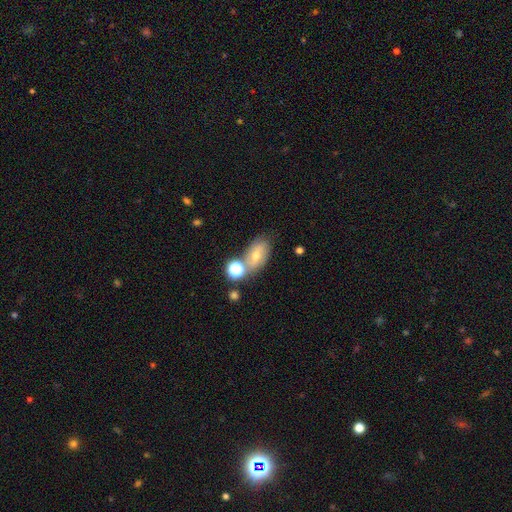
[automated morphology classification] smooth_or_featured: smooth (p=0.45) [alt: featured or disk p=0.38]
merging: none (p=0.57) [alt: merger p=0.20]